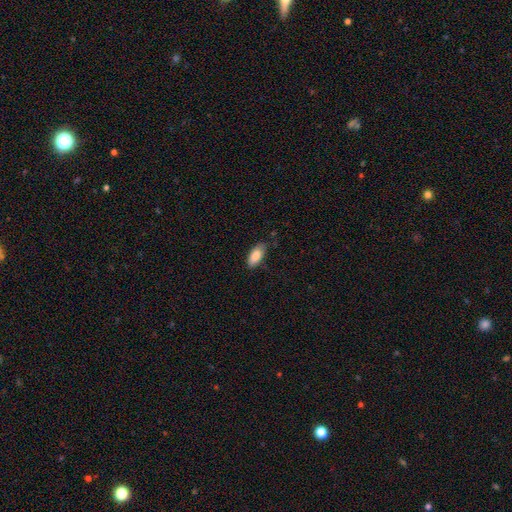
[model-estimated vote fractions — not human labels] smooth 85%, featured or disk 8%, star or artifact 6%. Down the decision tree: how rounded — in between (88%); merging — none (76%).